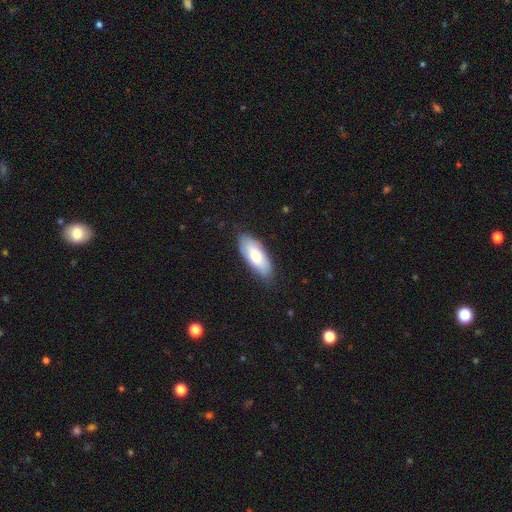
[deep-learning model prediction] Q: Smooth or featured?
A: smooth (71%); runner-up: featured or disk (24%)
Q: How rounded?
A: in between (82%); runner-up: cigar-shaped (16%)
Q: Merging?
A: none (81%); runner-up: minor disturbance (15%)